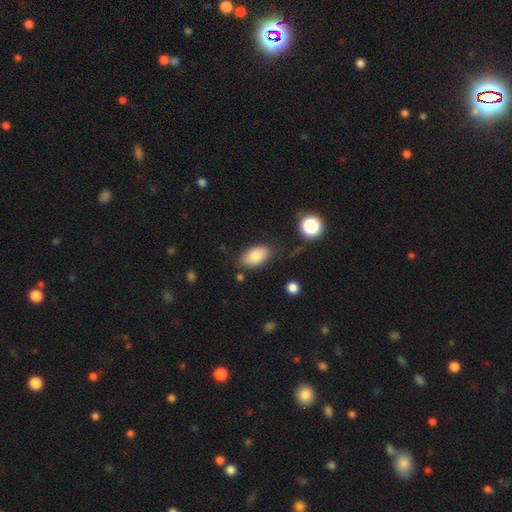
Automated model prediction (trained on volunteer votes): smooth_or_featured: smooth (p=0.81) [alt: featured or disk p=0.11]
how_rounded: in between (p=0.92) [alt: round p=0.06]
merging: none (p=0.77) [alt: minor disturbance p=0.15]